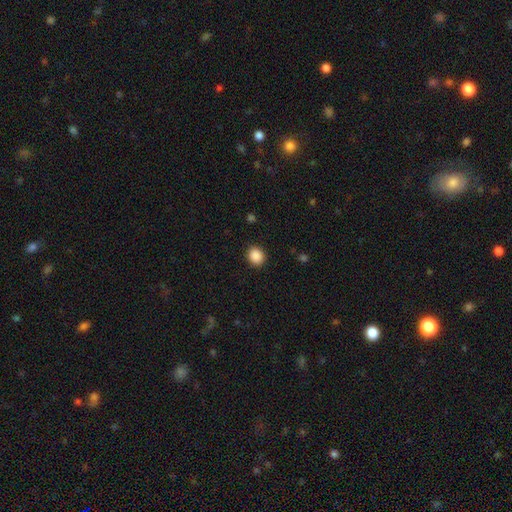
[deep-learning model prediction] A smooth galaxy with no disk features (89%) that is round (74%). Merging: none (90%).